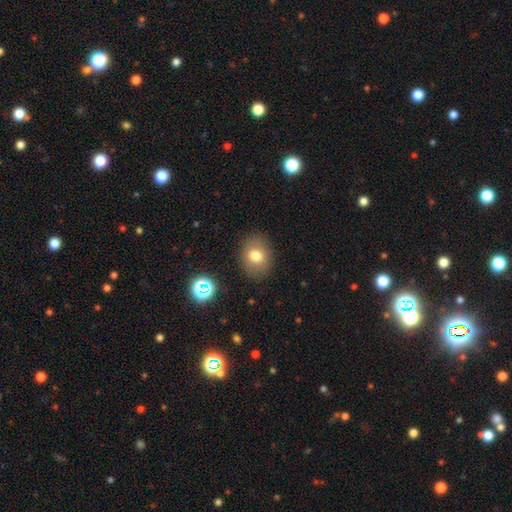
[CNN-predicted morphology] This appears to be a smooth galaxy with no disk features (76%) that is round (51%). Merging: none (85%).